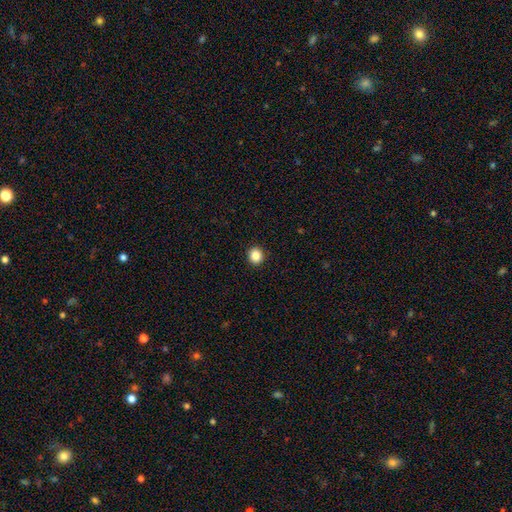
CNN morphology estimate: smooth 86%, star or artifact 10%, featured or disk 4%. Down the decision tree: how rounded — round (90%); merging — none (93%).